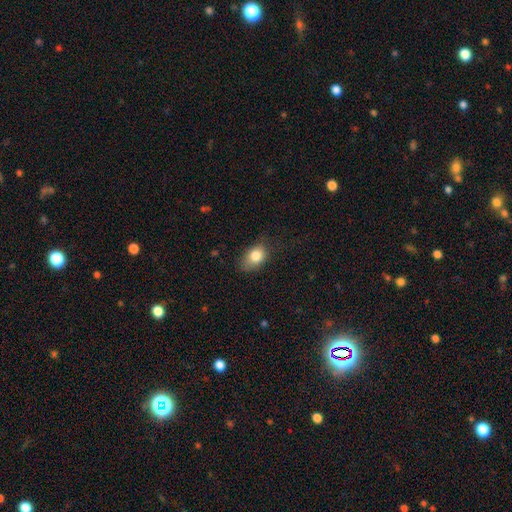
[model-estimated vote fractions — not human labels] Overall: smooth (82%). How rounded: in between (77%). Merging: none (67%).